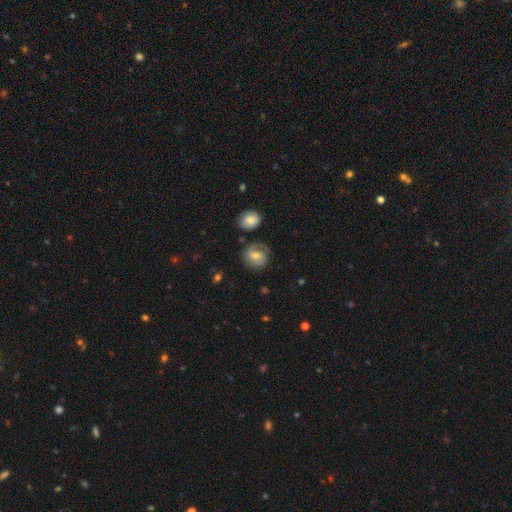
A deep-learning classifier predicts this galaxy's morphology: Smooth or featured? Predicted: featured or disk (p=0.53). Edge-on disk? Predicted: no (p=0.97). Bar? Predicted: weak (p=0.44). Spiral arms? Predicted: yes (p=0.84). Bulge size? Predicted: moderate (p=0.54). Merging? Predicted: none (p=0.68).